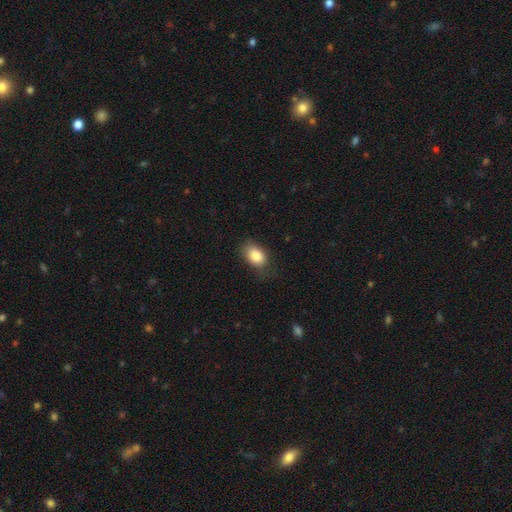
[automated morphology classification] Overall: smooth (85%). How rounded: in between (83%). Merging: none (69%).